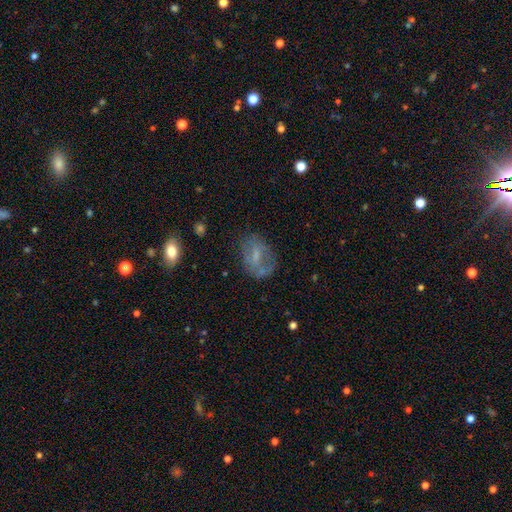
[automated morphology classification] Overall: smooth (46%; featured or disk 43%). Merging: none (56%; minor disturbance 24%).